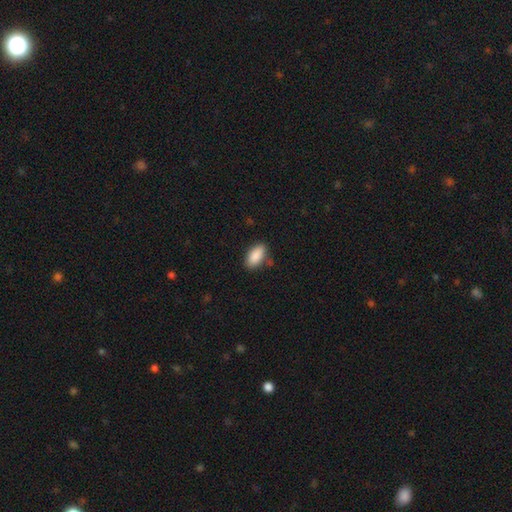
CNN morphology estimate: Smooth or featured? smooth (89%)
How rounded? in between (92%)
Merging? none (82%)